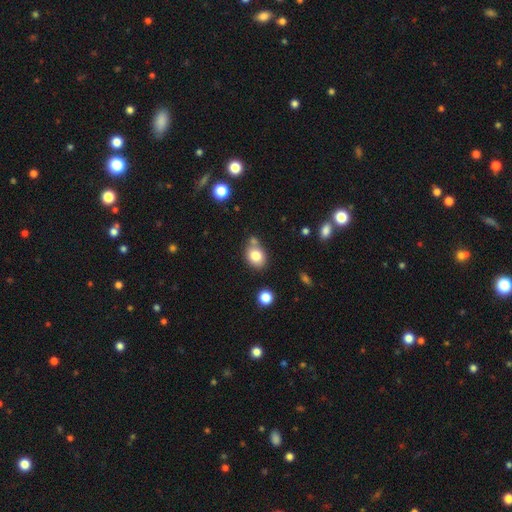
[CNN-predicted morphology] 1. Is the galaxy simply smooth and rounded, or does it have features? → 80% smooth, 10% featured or disk, 10% star or artifact.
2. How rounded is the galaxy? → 57% in between, 42% round, 1% cigar-shaped.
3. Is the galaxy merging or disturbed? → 59% none, 20% merger, 16% minor disturbance, 4% major disturbance.